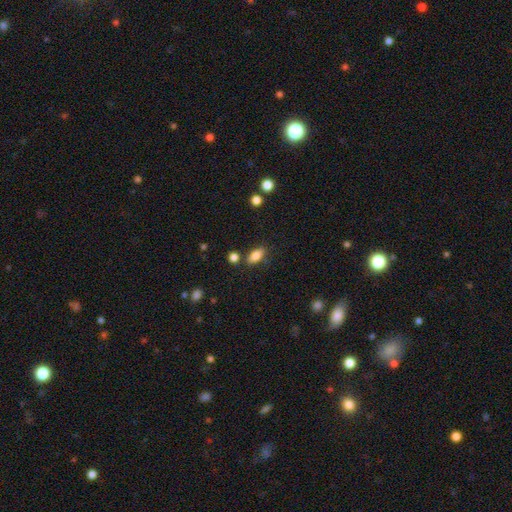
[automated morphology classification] smooth-or-featured: smooth: 82% | featured or disk: 10% | star or artifact: 8%
  how-rounded: in between: 84% | cigar-shaped: 12% | round: 4%
  merging: none: 79% | minor disturbance: 12% | merger: 6% | major disturbance: 3%